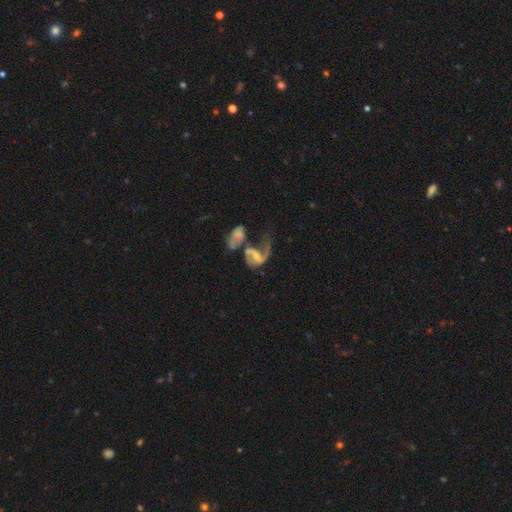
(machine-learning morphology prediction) Smooth or featured? featured or disk (78%)
Edge-on disk? no (97%)
Bar? weak (44%)
Spiral arms? yes (86%)
Spiral winding? loose (66%)
Spiral arm count? 2 (59%)
Bulge size? small (44%)
Merging? merger (44%)